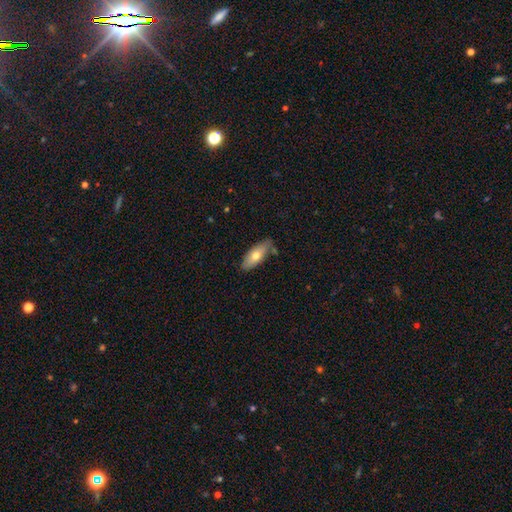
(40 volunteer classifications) Q: Smooth or featured?
A: smooth (70%); runner-up: featured or disk (25%)
Q: How rounded?
A: in between (71%); runner-up: cigar-shaped (29%)
Q: Merging?
A: none (61%); runner-up: minor disturbance (26%)